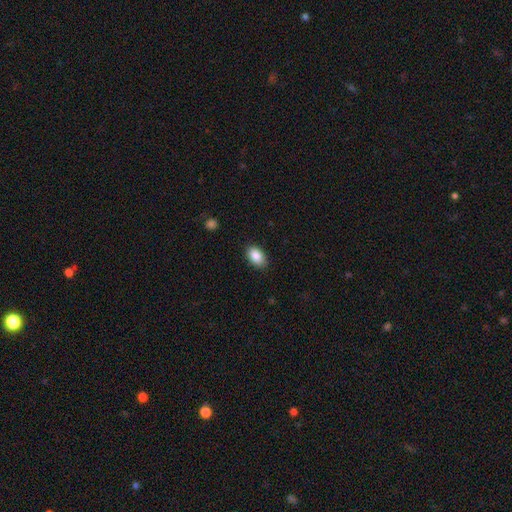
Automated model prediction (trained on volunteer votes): A smooth galaxy with no disk features (87%) that is in between round and cigar-shaped (91%).

Vote fractions:
- Smooth or featured? smooth: 87% / star or artifact: 7% / featured or disk: 5%
- How rounded? in between: 91% / round: 8% / cigar-shaped: 1%
- Merging? none: 87% / minor disturbance: 10% / major disturbance: 2% / merger: 1%